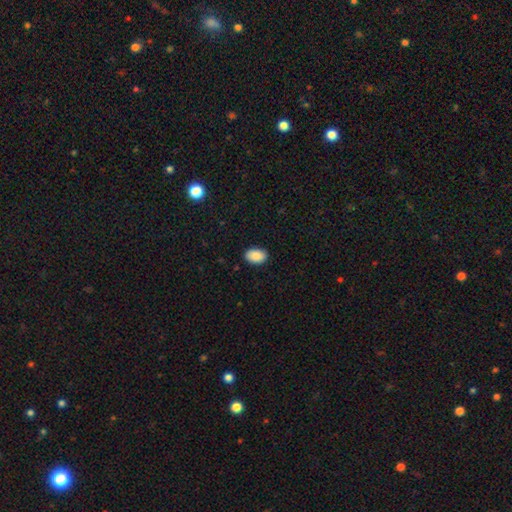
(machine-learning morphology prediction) Q: Smooth or featured?
A: smooth (89%); runner-up: star or artifact (7%)
Q: How rounded?
A: in between (90%); runner-up: round (9%)
Q: Merging?
A: none (89%); runner-up: minor disturbance (9%)